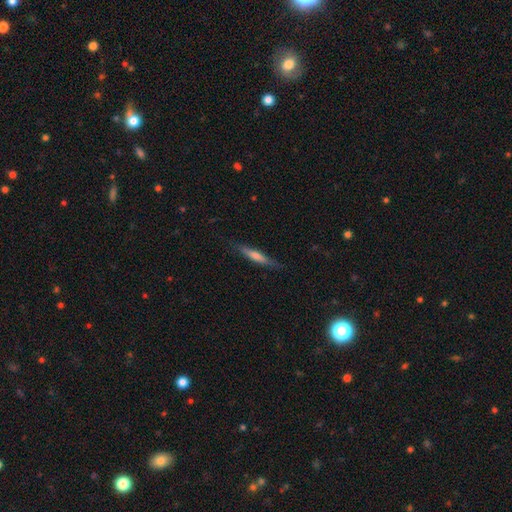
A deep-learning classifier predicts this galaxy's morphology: type=smooth (48%); merging=none (83%).